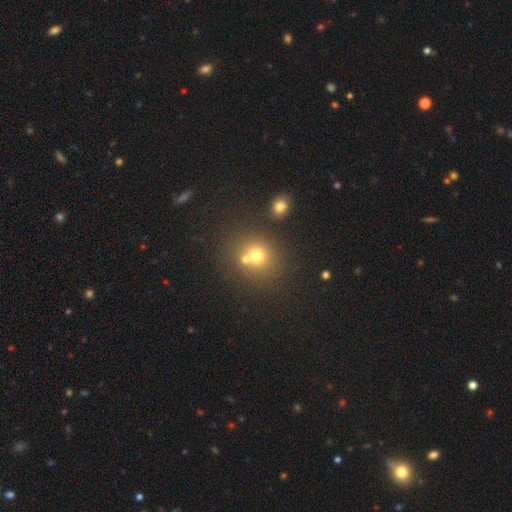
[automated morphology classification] smooth 69%, star or artifact 18%, featured or disk 13%. Down the decision tree: how rounded — round (84%); merging — none (61%).